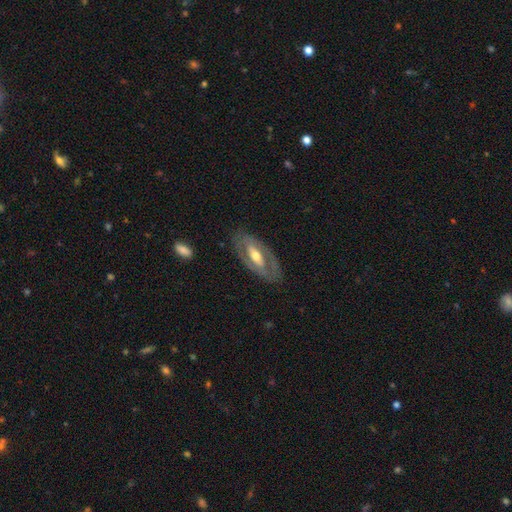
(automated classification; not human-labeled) Overall: featured or disk (70%). Edge-on disk: no (86%). Bar: no (40%; strong 31%). Spiral arms: no (60%; yes 40%). Bulge size: moderate (67%). Merging: none (80%).